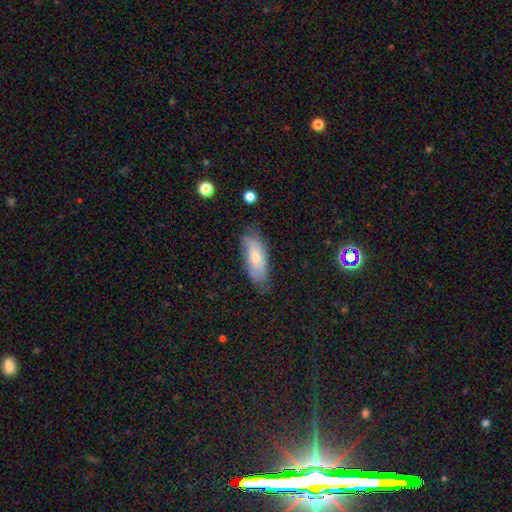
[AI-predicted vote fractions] Smooth or featured? Predicted: smooth (p=0.61). How rounded? Predicted: in between (p=0.74). Merging? Predicted: none (p=0.73).